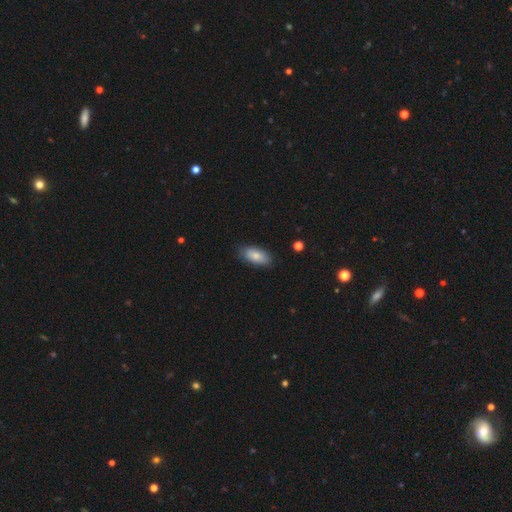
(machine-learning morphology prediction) Smooth or featured? Predicted: smooth (p=0.81). How rounded? Predicted: in between (p=0.90). Merging? Predicted: none (p=0.82).